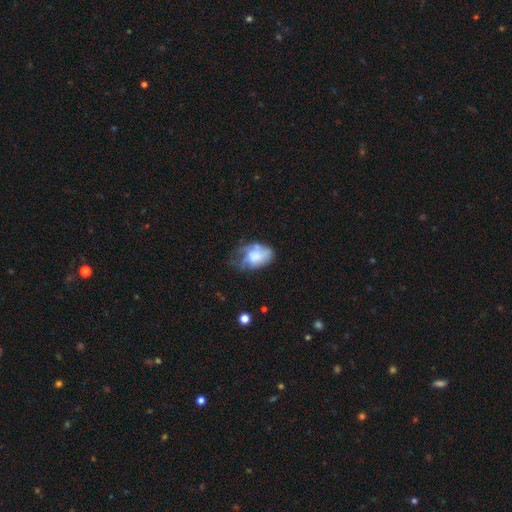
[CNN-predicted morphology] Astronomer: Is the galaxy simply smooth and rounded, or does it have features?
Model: smooth — 54% (runner-up: featured or disk, 37%).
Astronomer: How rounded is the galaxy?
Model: in between — 84%.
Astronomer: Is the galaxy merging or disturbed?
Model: minor disturbance — 35% (runner-up: none, 31%).